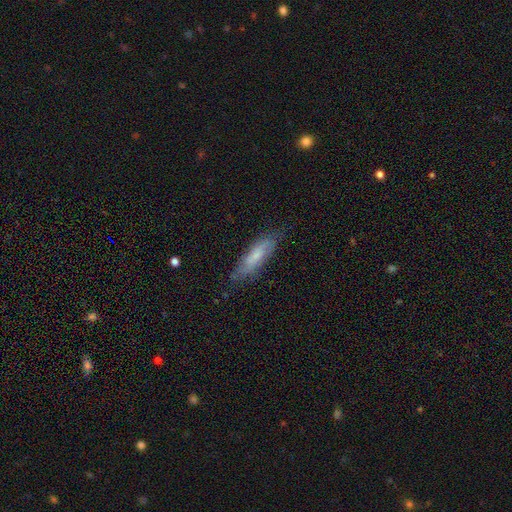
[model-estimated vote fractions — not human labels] The model was most divided on "smooth or featured": smooth: 56%, featured or disk: 37%, star or artifact: 7%. More confident: merging — none (72%); how rounded — cigar-shaped (61%).